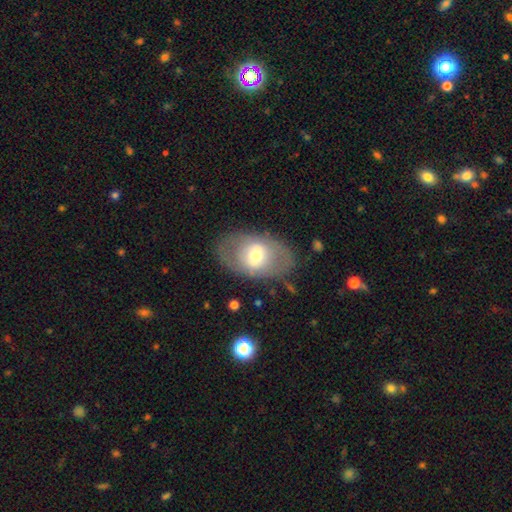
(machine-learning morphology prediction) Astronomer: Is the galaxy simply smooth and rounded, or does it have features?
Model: smooth — 50% (runner-up: featured or disk, 42%).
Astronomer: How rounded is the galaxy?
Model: in between — 83%.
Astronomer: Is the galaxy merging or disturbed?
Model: none — 76%.